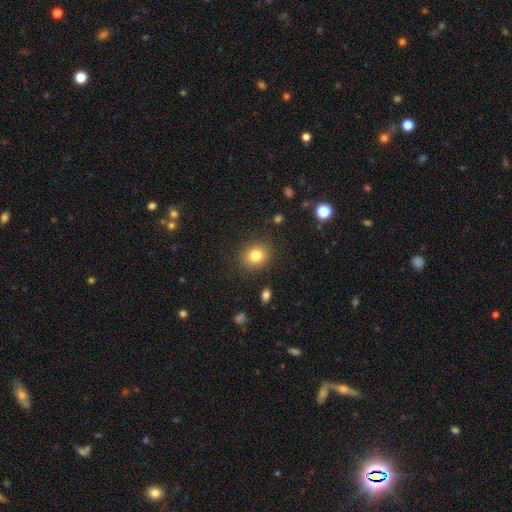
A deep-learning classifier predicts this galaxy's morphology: The model was most divided on "how rounded": round: 70%, in between: 29%, cigar-shaped: 1%. More confident: merging — none (88%); smooth or featured — smooth (82%).